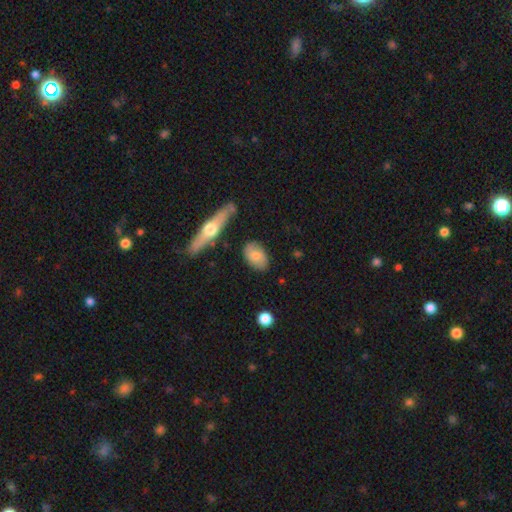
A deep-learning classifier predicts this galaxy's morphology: Overall: smooth (70%). How rounded: in between (89%). Merging: none (81%).